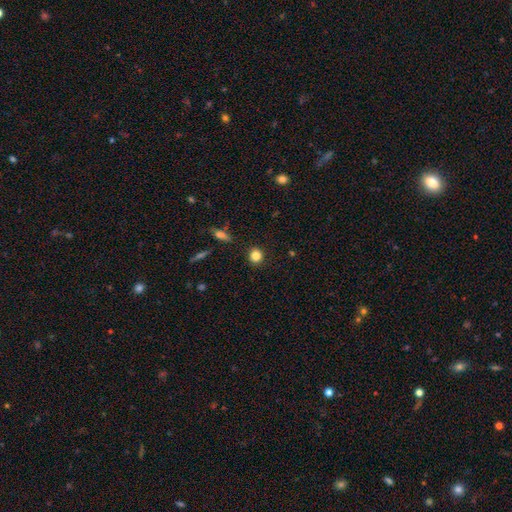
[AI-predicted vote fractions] This is clearly a smooth galaxy (84%). How rounded: clearly round (88%). Merging: clearly none (90%).